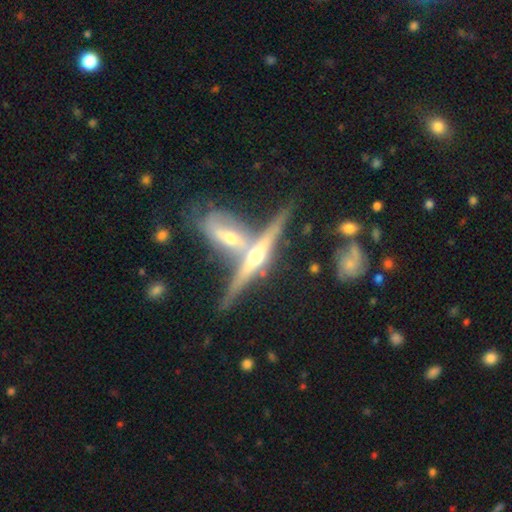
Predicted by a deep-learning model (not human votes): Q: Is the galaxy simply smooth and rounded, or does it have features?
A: featured or disk — 82%.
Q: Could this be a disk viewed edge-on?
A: yes — 94%.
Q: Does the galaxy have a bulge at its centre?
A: rounded — 92%.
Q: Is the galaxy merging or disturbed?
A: none — 46%.